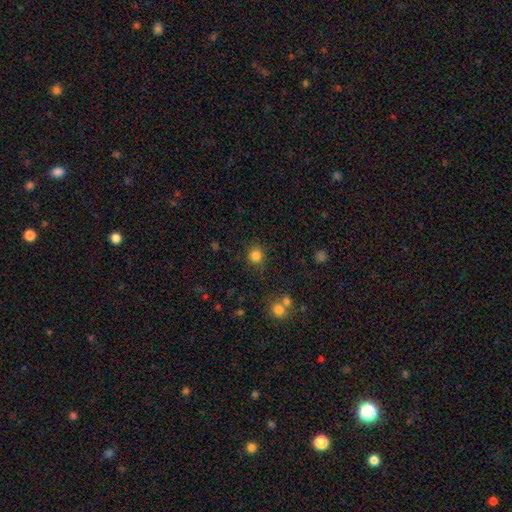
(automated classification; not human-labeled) Smooth or featured: smooth — 83% (star or artifact — 13%)
How rounded: round — 92% (in between — 7%)
Merging: none — 86% (minor disturbance — 8%)